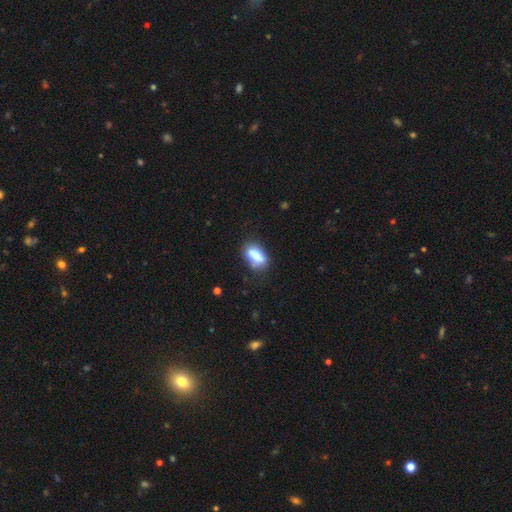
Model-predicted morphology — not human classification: A smooth galaxy with no disk features (80%) that is in between round and cigar-shaped (85%).

Vote fractions:
- Smooth or featured? smooth: 80% / featured or disk: 13% / star or artifact: 7%
- How rounded? in between: 85% / cigar-shaped: 9% / round: 6%
- Merging? none: 67% / minor disturbance: 22% / major disturbance: 6% / merger: 4%